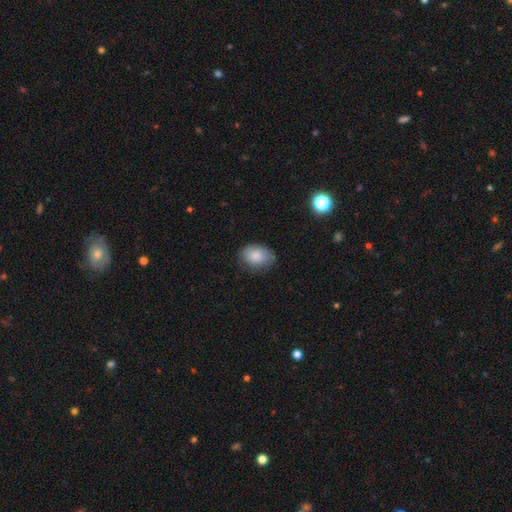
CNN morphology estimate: Smooth or featured? smooth (83%)
How rounded? in between (73%)
Merging? none (73%)